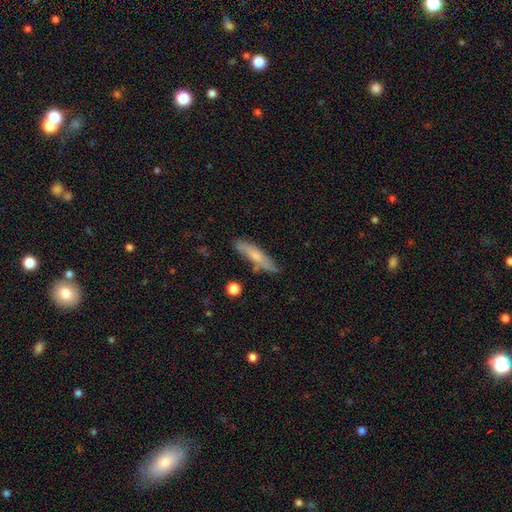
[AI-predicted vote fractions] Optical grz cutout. It shows a smooth galaxy with no disk features (61%) that is cigar-shaped (78%). Merging: none (72%).